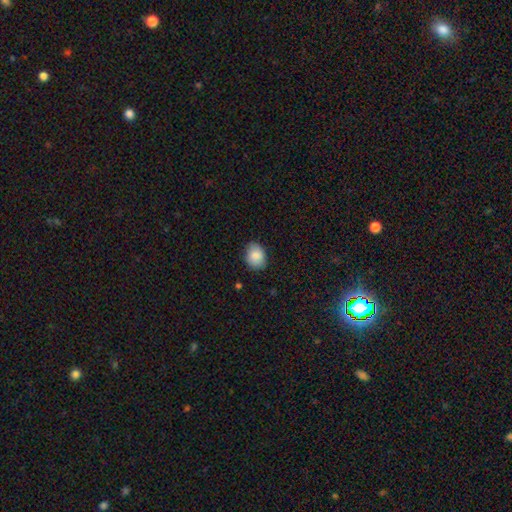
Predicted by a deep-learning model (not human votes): Q: Smooth or featured?
A: smooth (87%); runner-up: star or artifact (7%)
Q: How rounded?
A: in between (60%); runner-up: round (39%)
Q: Merging?
A: none (82%); runner-up: minor disturbance (14%)